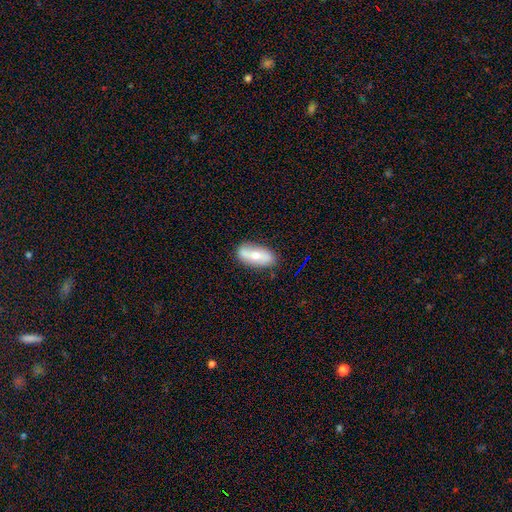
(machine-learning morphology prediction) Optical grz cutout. It shows a smooth galaxy with no disk features (52%) that is in between round and cigar-shaped (81%). Merging: none (80%).